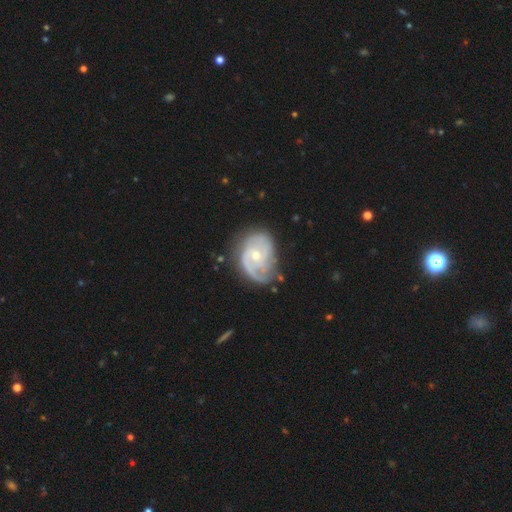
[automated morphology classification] A featured or disk galaxy (82%) with no bar (66%), 2 (49%) tight (46%) spiral arms (93%) and a moderate central bulge (49%).

Vote fractions:
- Smooth or featured? featured or disk: 82% / smooth: 13% / star or artifact: 5%
- Edge-on disk? no: 97% / yes: 3%
- Bar? no: 66% / weak: 30% / strong: 4%
- Spiral arms? yes: 93% / no: 7%
- Spiral winding? tight: 46% / medium: 39% / loose: 15%
- Spiral arm count? 2: 49% / can't tell: 22% / 3: 13% / 1: 10% / 4: 3% / more than 4: 3%
- Bulge size? moderate: 49% / small: 48% / large: 2% / none: 1% / dominant: 1%
- Merging? none: 60% / minor disturbance: 26% / major disturbance: 12% / merger: 2%